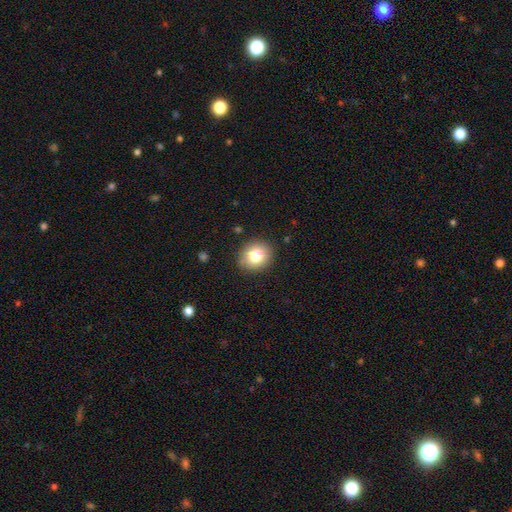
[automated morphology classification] smooth-or-featured: smooth: 80% | star or artifact: 10% | featured or disk: 10%
  how-rounded: round: 73% | in between: 26% | cigar-shaped: 1%
  merging: none: 88% | minor disturbance: 9% | major disturbance: 2% | merger: 1%